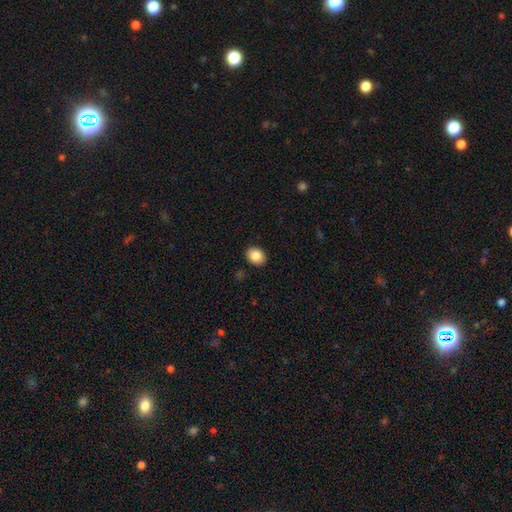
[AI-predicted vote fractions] Smooth or featured: smooth — 85% (star or artifact — 9%)
How rounded: in between — 52% (round — 47%)
Merging: none — 90% (minor disturbance — 7%)